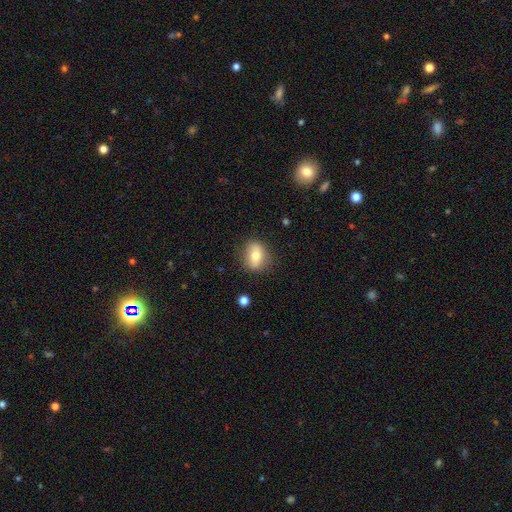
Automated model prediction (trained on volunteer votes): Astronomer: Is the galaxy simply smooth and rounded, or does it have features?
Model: smooth — 66%.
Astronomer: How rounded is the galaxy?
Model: in between — 57% (runner-up: round, 40%).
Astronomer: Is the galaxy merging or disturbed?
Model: none — 79%.